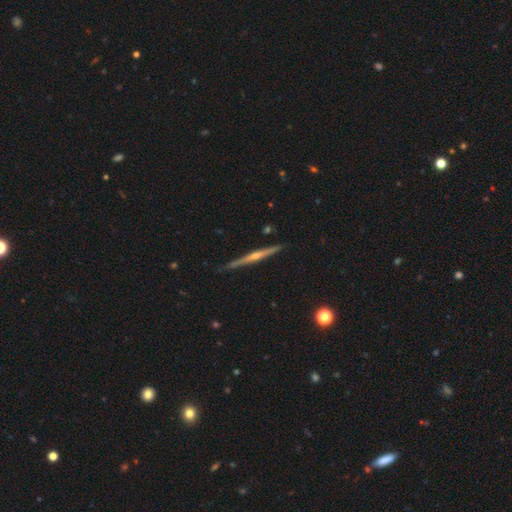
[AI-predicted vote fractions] The model was most divided on "edge-on bulge": rounded: 76%, none: 18%, boxy: 6%. More confident: edge-on disk — yes (98%); merging — none (88%); smooth or featured — featured or disk (79%).